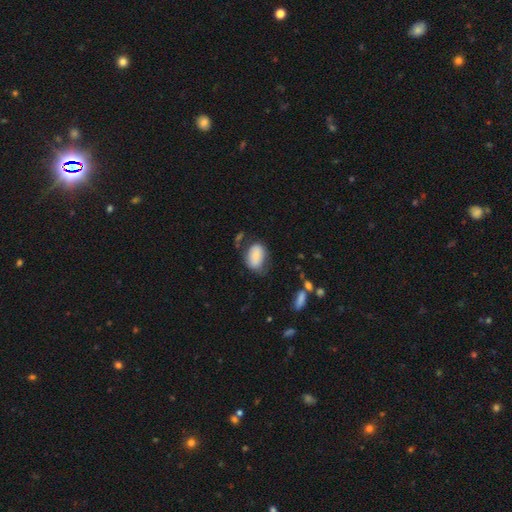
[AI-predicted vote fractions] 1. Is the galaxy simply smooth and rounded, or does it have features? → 77% smooth, 16% featured or disk, 8% star or artifact.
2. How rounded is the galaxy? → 84% in between, 15% round, 1% cigar-shaped.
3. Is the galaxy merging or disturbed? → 54% none, 29% minor disturbance, 11% major disturbance, 6% merger.